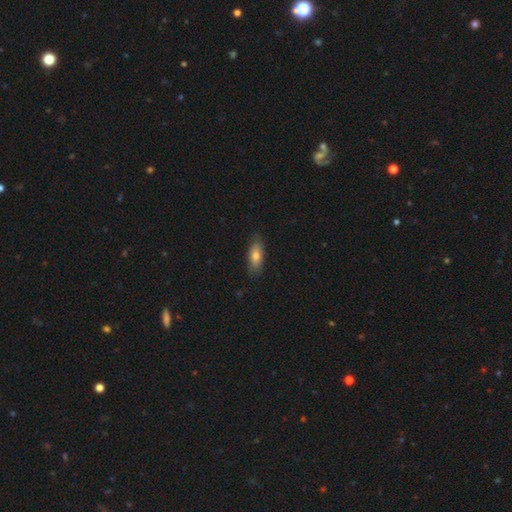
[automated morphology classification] This appears to be a smooth galaxy with no disk features (75%) that is in between round and cigar-shaped (77%). Merging: none (80%).